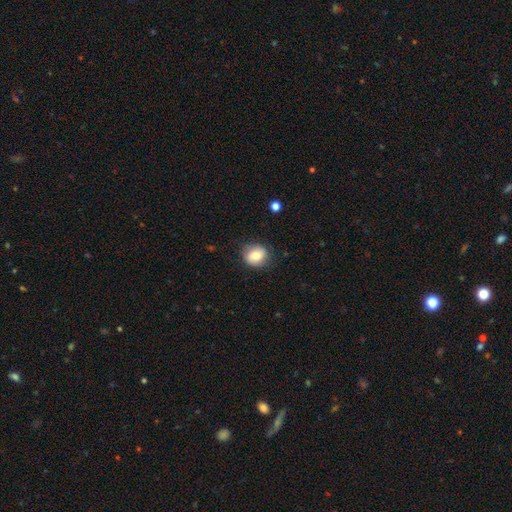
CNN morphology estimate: Smooth or featured? Predicted: smooth (p=0.77). How rounded? Predicted: round (p=0.68). Merging? Predicted: none (p=0.77).